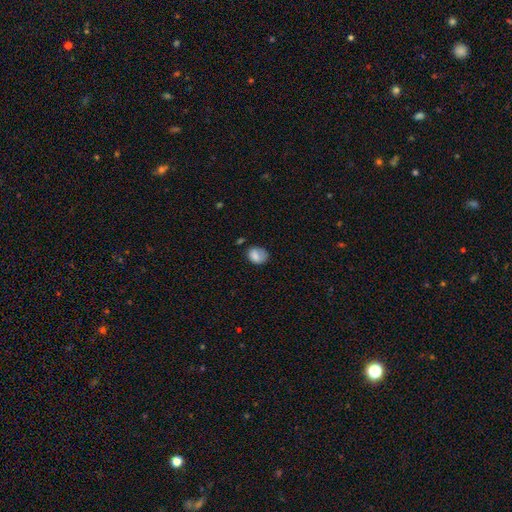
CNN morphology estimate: smooth-or-featured: smooth: 80% | featured or disk: 11% | star or artifact: 9%
  how-rounded: round: 50% | in between: 49% | cigar-shaped: 1%
  merging: none: 56% | minor disturbance: 29% | major disturbance: 11% | merger: 4%